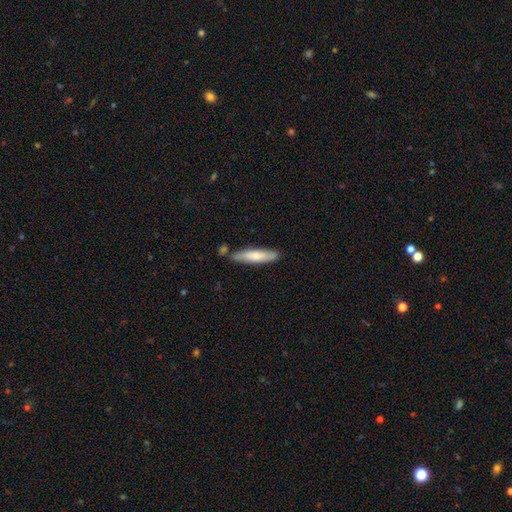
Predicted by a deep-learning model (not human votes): smooth_or_featured: smooth (p=0.70) [alt: featured or disk p=0.25]
how_rounded: cigar-shaped (p=0.83) [alt: in between p=0.16]
merging: none (p=0.78) [alt: minor disturbance p=0.13]